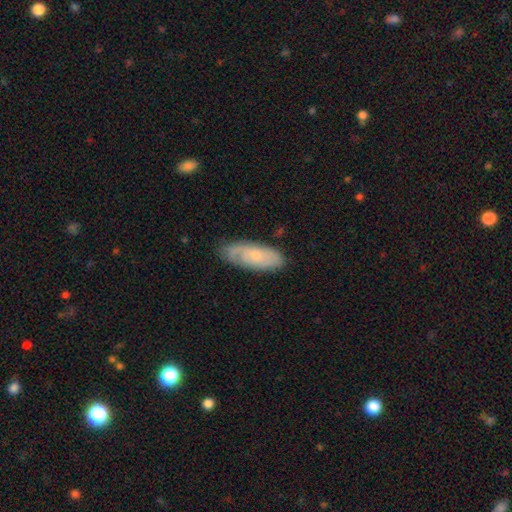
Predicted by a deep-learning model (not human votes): smooth_or_featured: smooth (p=0.47) [alt: featured or disk p=0.46]
merging: none (p=0.72) [alt: minor disturbance p=0.22]